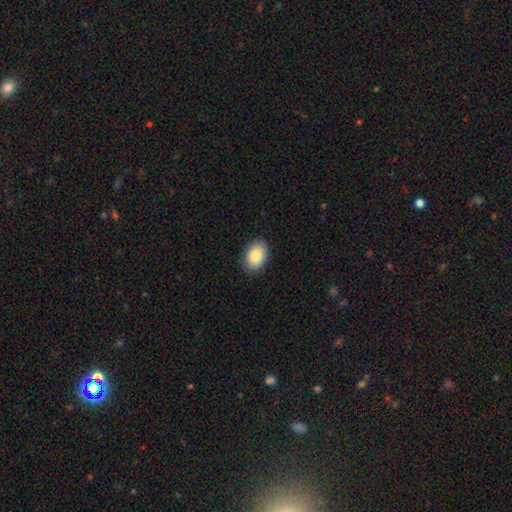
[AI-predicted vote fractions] Overall: smooth (86%). How rounded: in between (85%). Merging: none (88%).